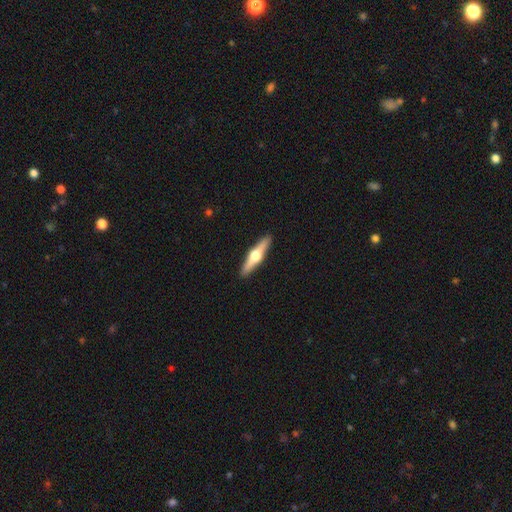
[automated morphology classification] The model was most divided on "smooth or featured": featured or disk: 68%, smooth: 27%, star or artifact: 5%. More confident: edge-on disk — yes (97%); edge-on bulge — rounded (96%); merging — none (92%).